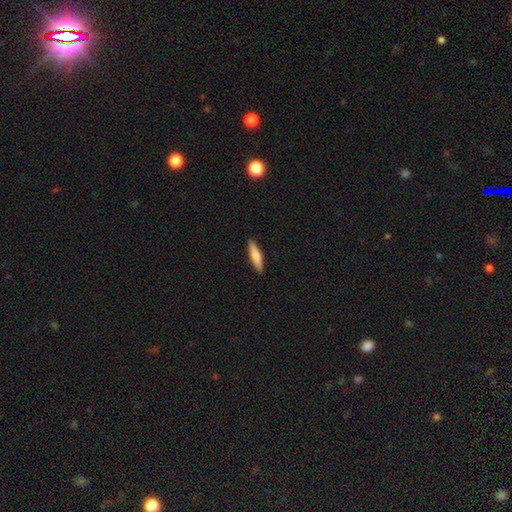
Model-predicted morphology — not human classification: Overall: smooth (74%). How rounded: cigar-shaped (79%). Merging: none (91%).